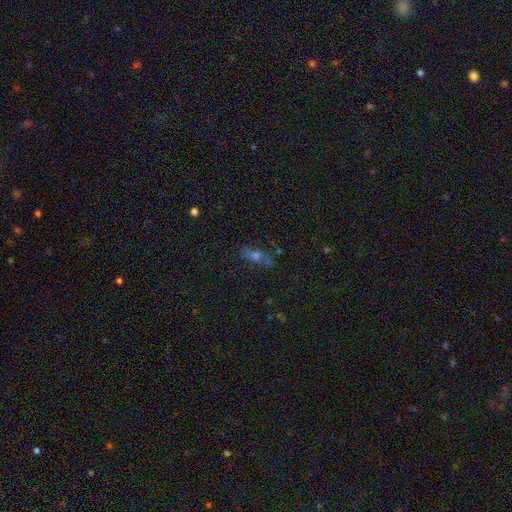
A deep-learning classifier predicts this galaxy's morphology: smooth 42%, featured or disk 37%, star or artifact 21%. Down the decision tree: merging — none (76%).